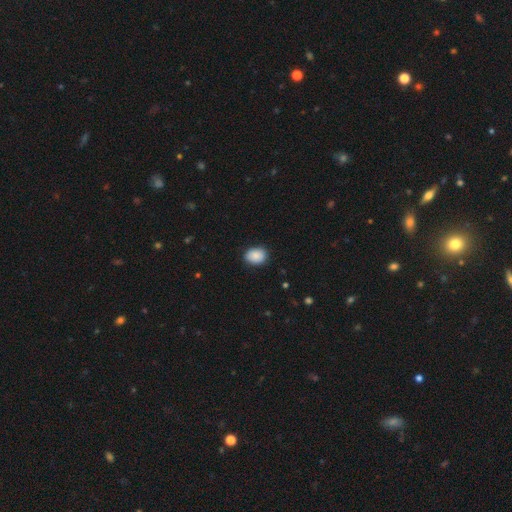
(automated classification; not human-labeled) Overall: smooth (89%). How rounded: in between (64%; round 35%). Merging: none (87%).